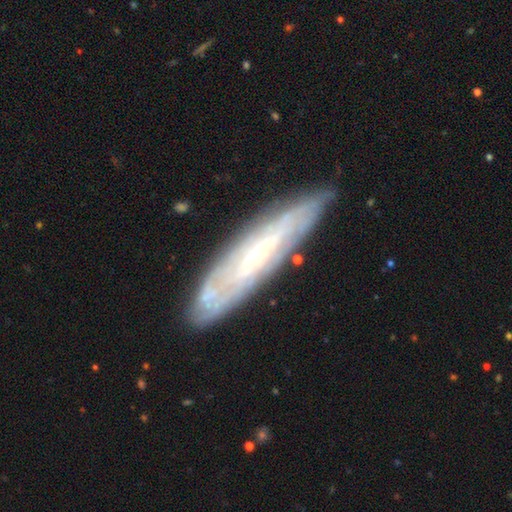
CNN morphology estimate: Q: Smooth or featured?
A: featured or disk (70%); runner-up: smooth (23%)
Q: Edge-on disk?
A: no (57%); runner-up: yes (43%)
Q: Merging?
A: none (83%); runner-up: minor disturbance (13%)